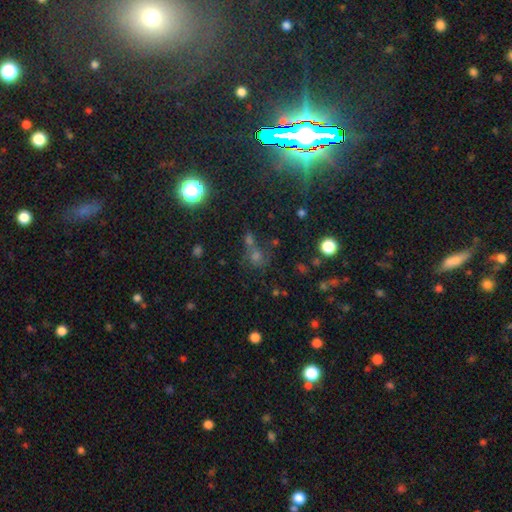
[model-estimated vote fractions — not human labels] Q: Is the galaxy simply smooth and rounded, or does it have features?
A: star or artifact — 51%.